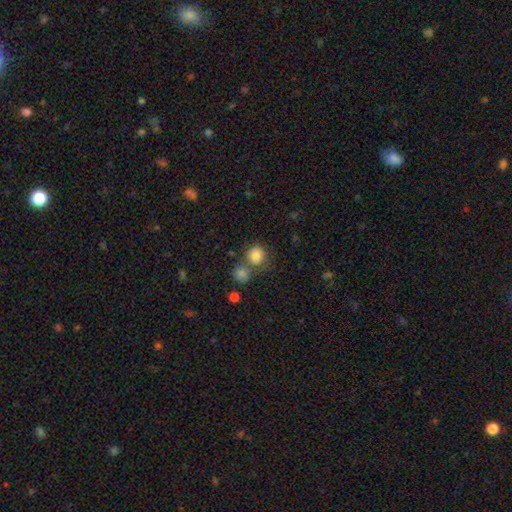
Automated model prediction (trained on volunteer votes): Morphology: type=smooth (83%); roundness=round (82%); merging=none (55%).